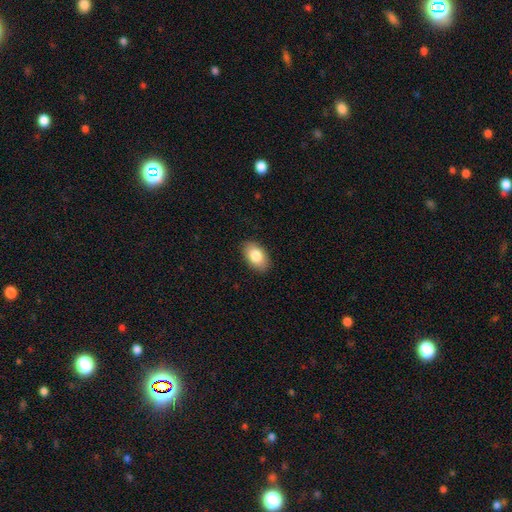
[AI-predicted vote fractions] Smooth or featured?
  - smooth: 83% *
  - featured or disk: 10%
  - star or artifact: 7%
How rounded?
  - in between: 92% *
  - round: 6%
  - cigar-shaped: 1%
Merging?
  - none: 88% *
  - minor disturbance: 9%
  - major disturbance: 2%
  - merger: 1%